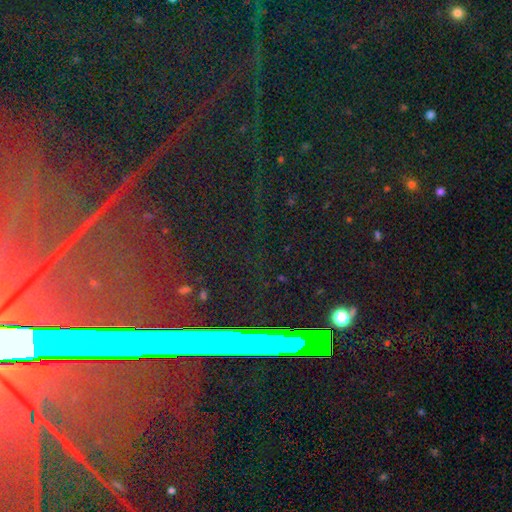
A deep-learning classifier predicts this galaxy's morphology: The model was most divided on "smooth or featured": star or artifact: 83%, featured or disk: 9%, smooth: 8%.